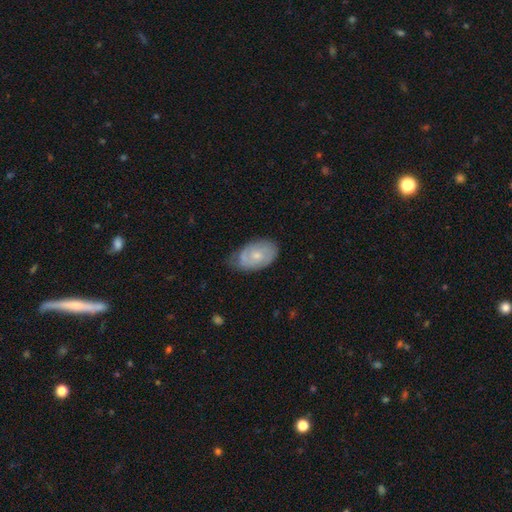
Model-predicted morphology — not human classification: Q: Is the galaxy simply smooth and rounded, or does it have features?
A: featured or disk — 52%.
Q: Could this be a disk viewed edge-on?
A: no — 95%.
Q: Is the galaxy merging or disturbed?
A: none — 58%.